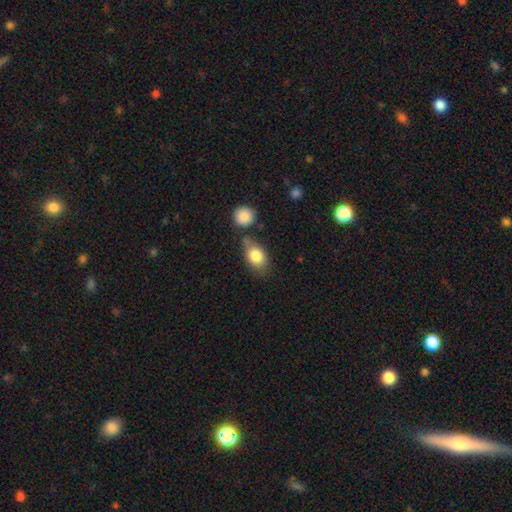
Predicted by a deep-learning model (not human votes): A smooth galaxy with no disk features (82%) that is in between round and cigar-shaped (78%).

Vote fractions:
- Smooth or featured? smooth: 82% / featured or disk: 10% / star or artifact: 7%
- How rounded? in between: 78% / round: 20% / cigar-shaped: 2%
- Merging? none: 60% / minor disturbance: 18% / merger: 16% / major disturbance: 5%